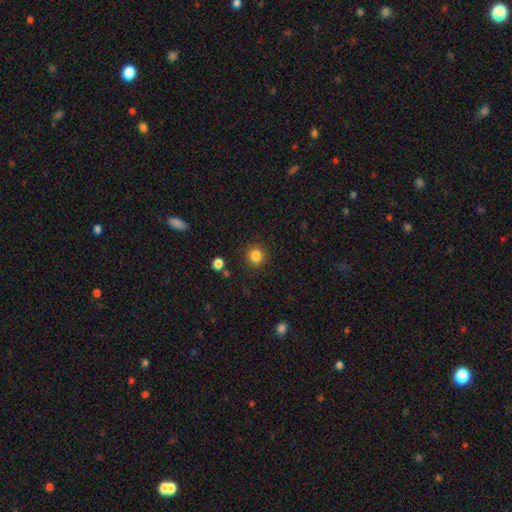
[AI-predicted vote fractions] This is clearly a smooth galaxy (84%). How rounded: clearly round (88%). Merging: clearly none (89%).